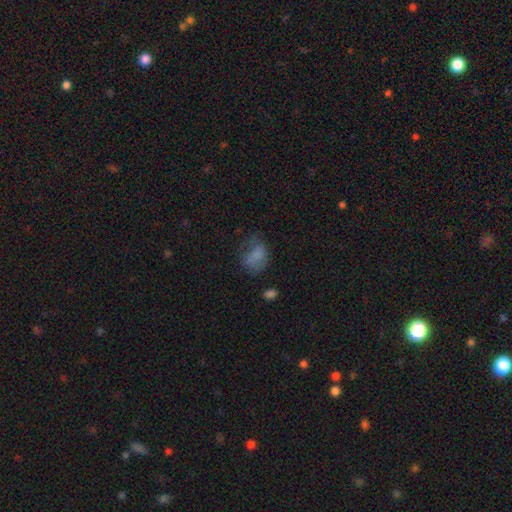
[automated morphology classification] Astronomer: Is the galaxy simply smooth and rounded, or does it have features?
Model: smooth — 69%.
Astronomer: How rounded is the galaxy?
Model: in between — 70%.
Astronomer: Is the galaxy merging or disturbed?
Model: none — 40% (runner-up: minor disturbance, 29%).